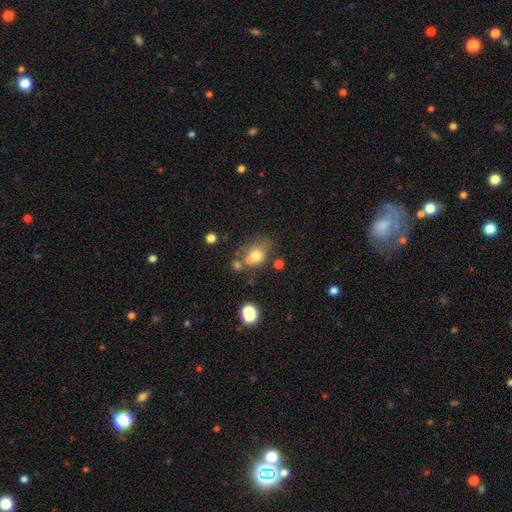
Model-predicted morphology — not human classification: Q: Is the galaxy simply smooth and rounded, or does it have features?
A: smooth — 71%.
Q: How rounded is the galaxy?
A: round — 68%.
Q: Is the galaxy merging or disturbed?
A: none — 46%.